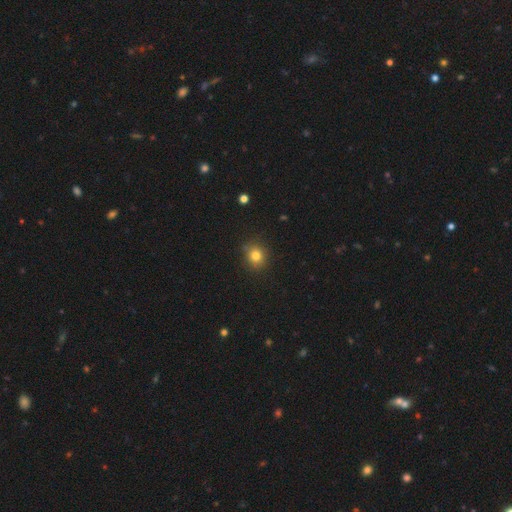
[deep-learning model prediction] Smooth or featured: smooth — 81% (star or artifact — 13%)
How rounded: round — 77% (in between — 22%)
Merging: none — 85% (minor disturbance — 11%)